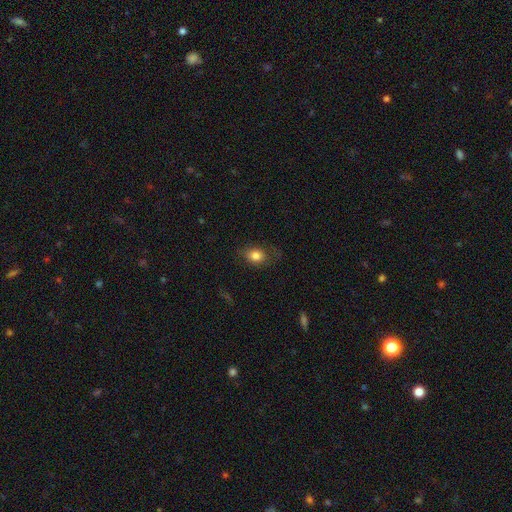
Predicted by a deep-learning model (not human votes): A smooth galaxy with no disk features (82%) that is in between round and cigar-shaped (57%).

Vote fractions:
- Smooth or featured? smooth: 82% / star or artifact: 10% / featured or disk: 9%
- How rounded? in between: 57% / round: 41% / cigar-shaped: 2%
- Merging? none: 71% / minor disturbance: 19% / major disturbance: 8% / merger: 1%